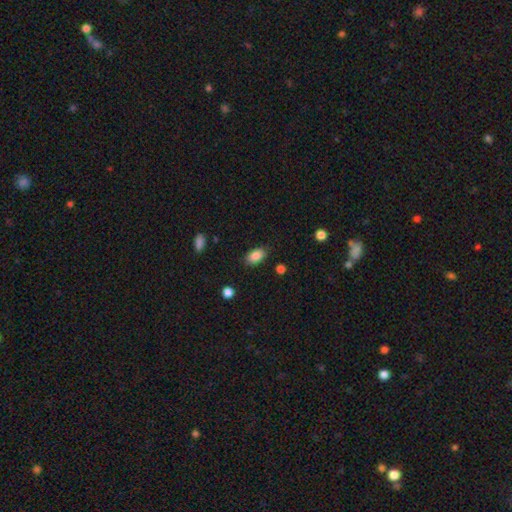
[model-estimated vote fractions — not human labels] smooth-or-featured: smooth: 87% | star or artifact: 8% | featured or disk: 5%
  how-rounded: in between: 91% | round: 7% | cigar-shaped: 2%
  merging: none: 84% | minor disturbance: 11% | major disturbance: 3% | merger: 1%